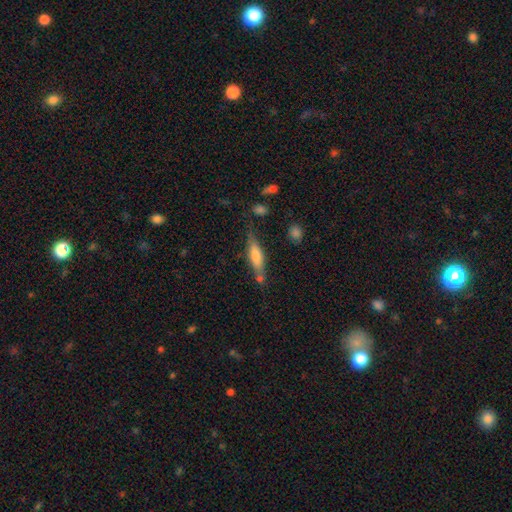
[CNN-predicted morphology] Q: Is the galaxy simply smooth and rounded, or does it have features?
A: smooth — 52%.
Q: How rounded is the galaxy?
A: cigar-shaped — 76%.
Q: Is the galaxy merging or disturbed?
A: none — 69%.